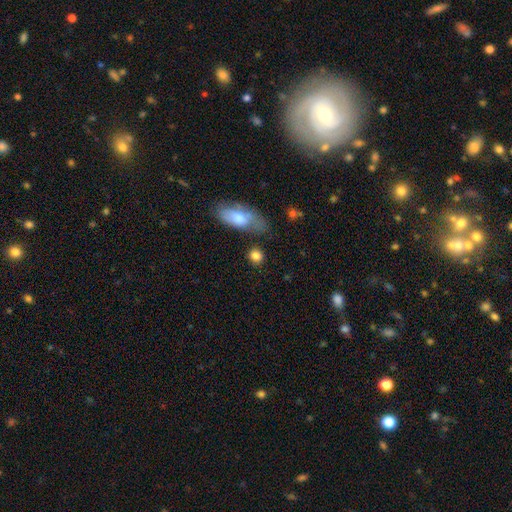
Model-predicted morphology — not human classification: smooth_or_featured: smooth (p=0.85) [alt: star or artifact p=0.08]
how_rounded: round (p=0.73) [alt: in between p=0.23]
merging: none (p=0.77) [alt: minor disturbance p=0.13]